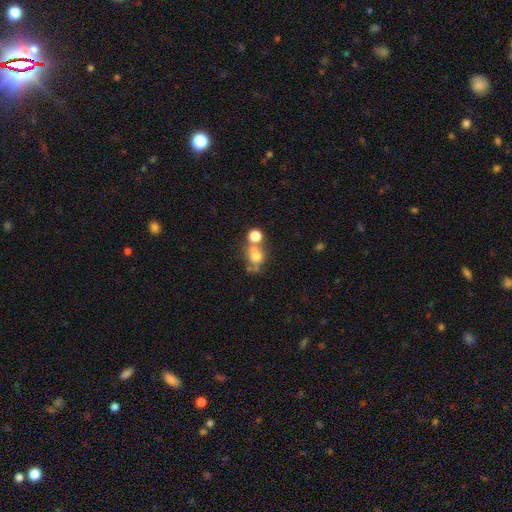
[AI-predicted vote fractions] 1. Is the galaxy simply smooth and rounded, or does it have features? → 69% smooth, 17% featured or disk, 14% star or artifact.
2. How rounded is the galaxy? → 69% round, 29% in between, 1% cigar-shaped.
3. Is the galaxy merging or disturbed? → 42% none, 39% merger, 12% minor disturbance, 7% major disturbance.